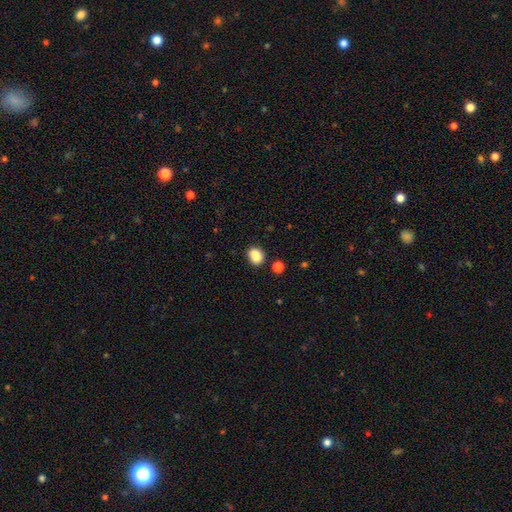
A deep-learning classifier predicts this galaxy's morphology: Overall: smooth (86%). How rounded: in between (53%; round 46%). Merging: none (78%).